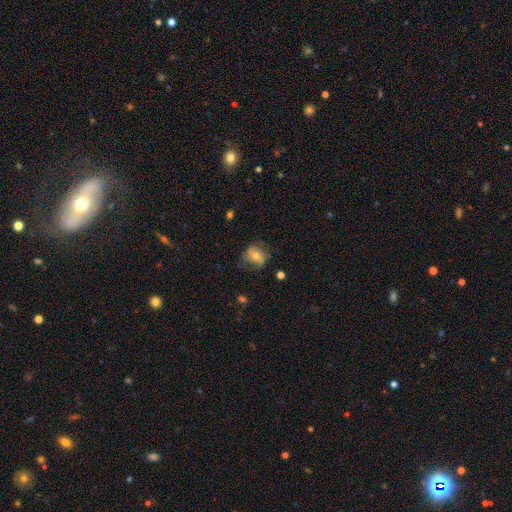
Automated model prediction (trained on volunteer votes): Smooth or featured: smooth — 49% (featured or disk — 42%)
Merging: none — 61% (minor disturbance — 24%)